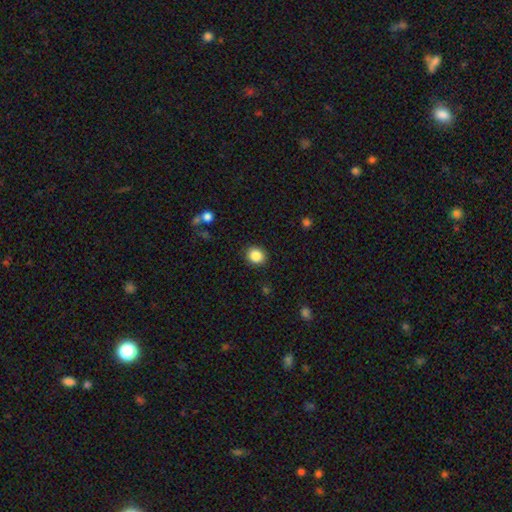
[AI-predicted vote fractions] smooth_or_featured: smooth (p=0.87) [alt: star or artifact p=0.09]
how_rounded: round (p=0.72) [alt: in between p=0.27]
merging: none (p=0.89) [alt: minor disturbance p=0.07]